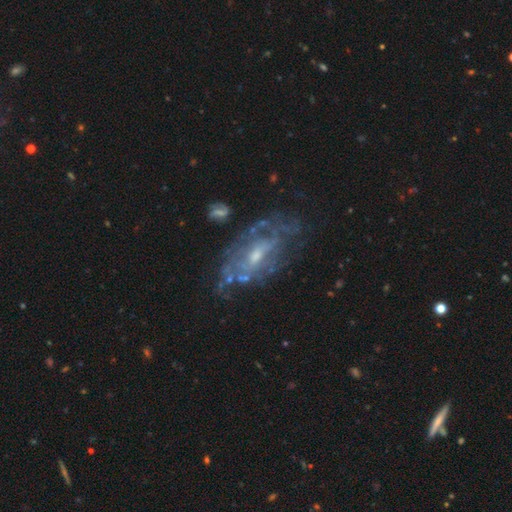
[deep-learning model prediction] Smooth or featured: featured or disk — 77% (smooth — 13%)
Edge-on disk: no — 91% (yes — 9%)
Bar: no — 49% (weak — 40%)
Spiral arms: yes — 62% (no — 38%)
Bulge size: small — 56% (moderate — 36%)
Merging: none — 58% (minor disturbance — 21%)